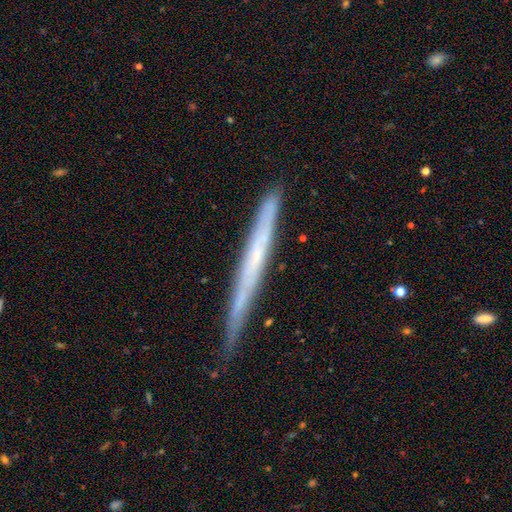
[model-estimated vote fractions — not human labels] The model was most divided on "smooth or featured": featured or disk: 59%, smooth: 34%, star or artifact: 7%. More confident: edge-on disk — yes (95%); edge-on bulge — none (83%); merging — none (79%).